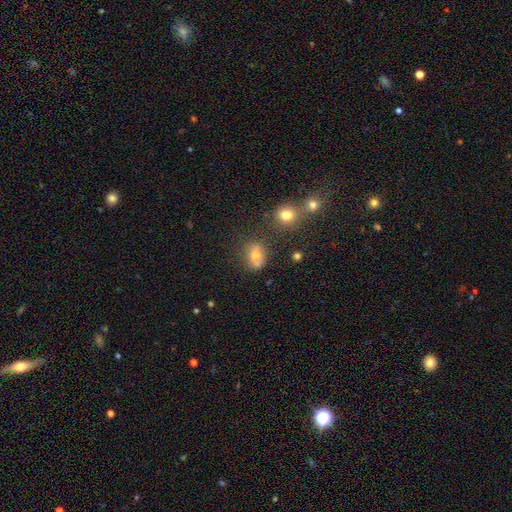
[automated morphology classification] A smooth galaxy with no disk features (68%) that is round (54%). Merging: none (59%).